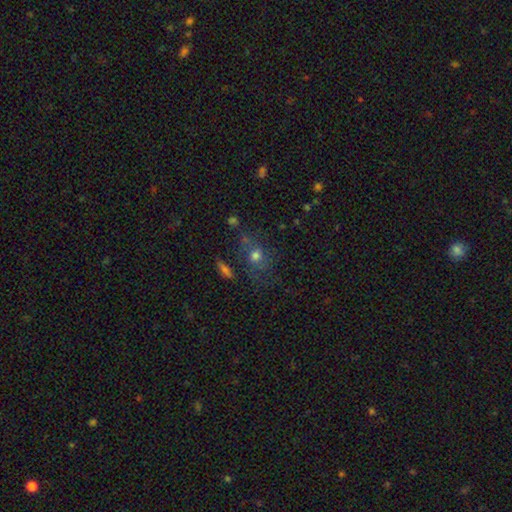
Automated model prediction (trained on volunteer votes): The model was most divided on "how rounded": round: 58%, in between: 40%, cigar-shaped: 3%. More confident: smooth or featured — smooth (65%); merging — none (55%).